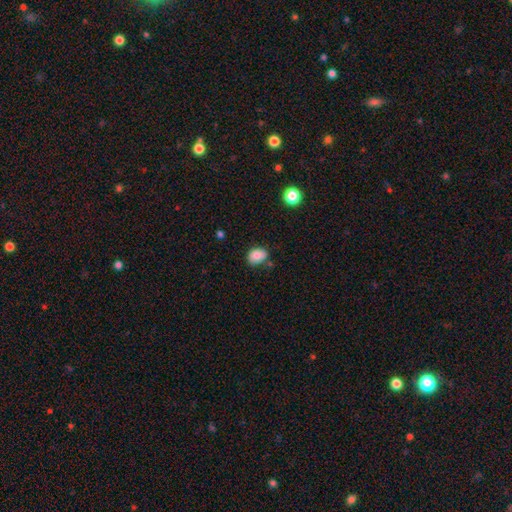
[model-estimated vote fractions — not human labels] smooth 83%, star or artifact 9%, featured or disk 8%. Down the decision tree: how rounded — in between (64%); merging — none (67%).